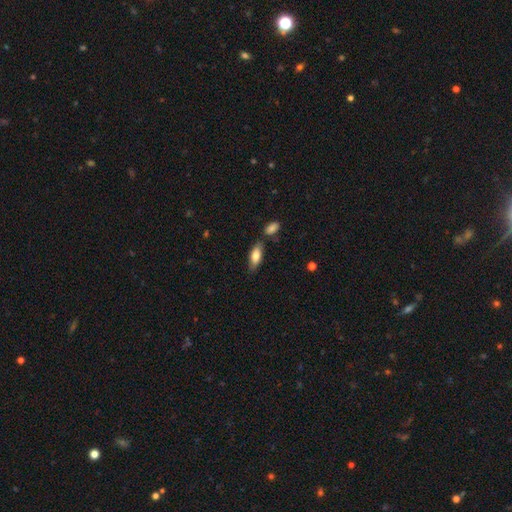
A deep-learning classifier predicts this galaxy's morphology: smooth-or-featured: smooth: 76% | featured or disk: 18% | star or artifact: 6%
  how-rounded: in between: 78% | cigar-shaped: 20% | round: 2%
  merging: none: 74% | minor disturbance: 15% | merger: 8% | major disturbance: 3%